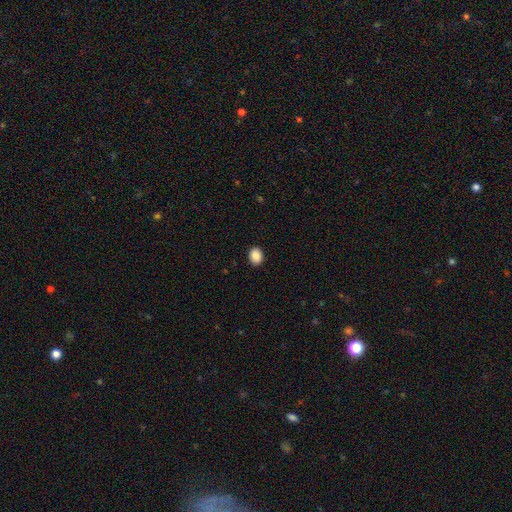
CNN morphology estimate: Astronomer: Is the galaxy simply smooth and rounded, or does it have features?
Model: smooth — 89%.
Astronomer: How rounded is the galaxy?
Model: in between — 52% (runner-up: round, 47%).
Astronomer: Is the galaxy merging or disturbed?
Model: none — 91%.